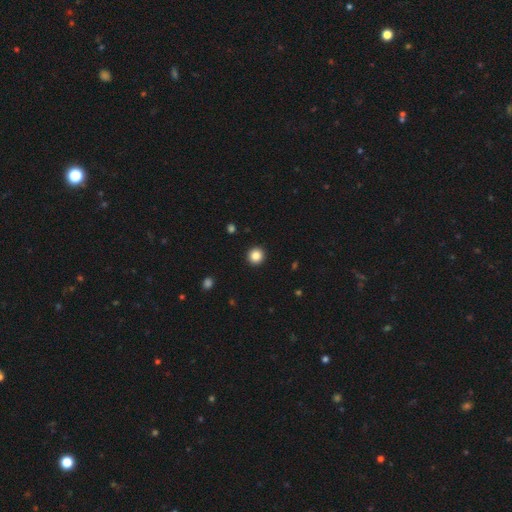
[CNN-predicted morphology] Smooth or featured: smooth — 85% (star or artifact — 11%)
How rounded: round — 93% (in between — 6%)
Merging: none — 93% (minor disturbance — 4%)